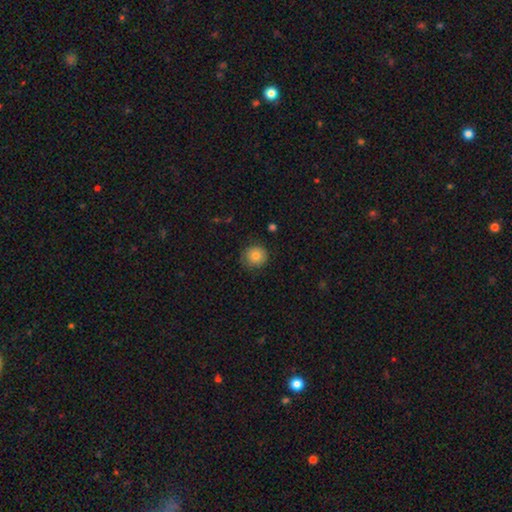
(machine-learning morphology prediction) This is clearly a smooth galaxy (81%). How rounded: clearly round (91%). Merging: clearly none (80%).